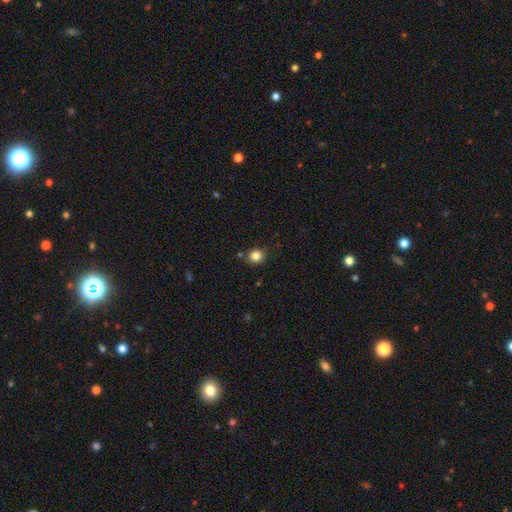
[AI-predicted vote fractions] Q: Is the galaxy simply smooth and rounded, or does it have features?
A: smooth — 83%.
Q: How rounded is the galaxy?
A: round — 83%.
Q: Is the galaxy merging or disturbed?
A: none — 84%.